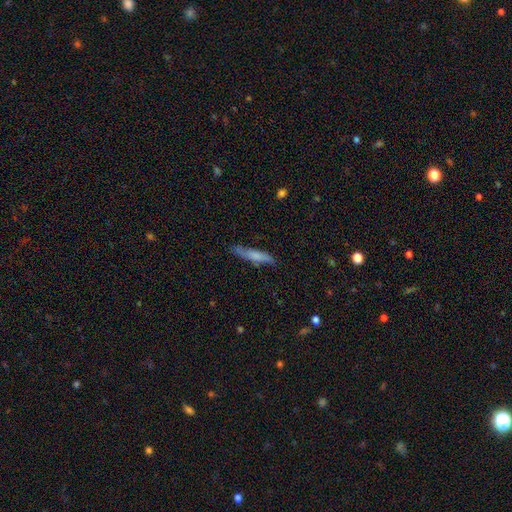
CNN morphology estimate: Smooth or featured? smooth (63%)
How rounded? cigar-shaped (87%)
Merging? none (74%)